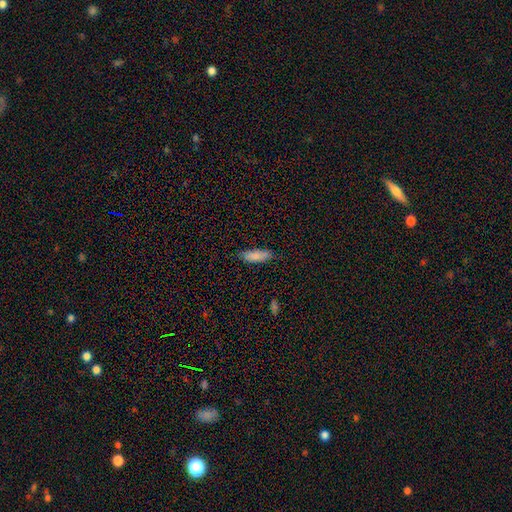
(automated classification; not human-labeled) A smooth galaxy with no disk features (85%) that is in between round and cigar-shaped (56%). Merging: none (79%).